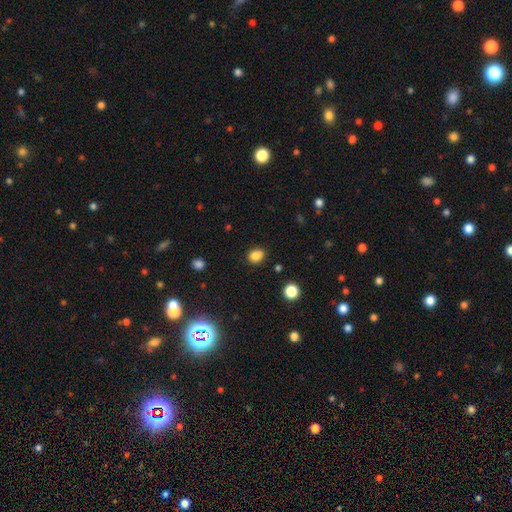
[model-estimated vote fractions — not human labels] This is clearly a smooth galaxy (84%). How rounded: possibly in between (52%). Merging: clearly none (81%).